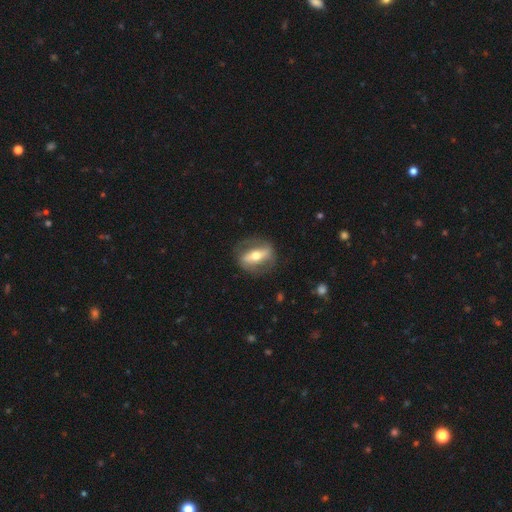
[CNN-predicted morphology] This is likely a featured or disk galaxy (65%). It is likely not viewed edge-on (71%). Merging: likely none (77%).